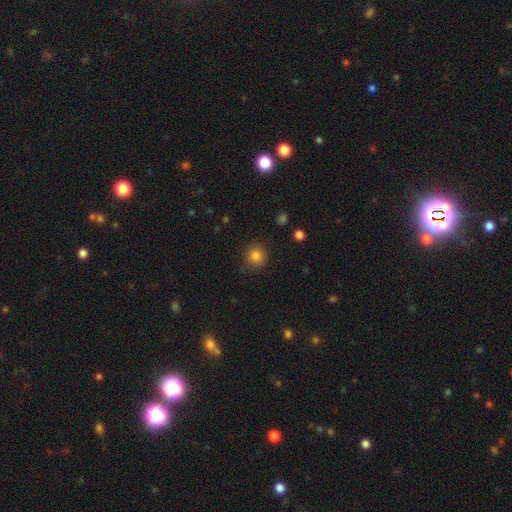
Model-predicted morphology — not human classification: Smooth or featured? Predicted: smooth (p=0.83). How rounded? Predicted: round (p=0.91). Merging? Predicted: none (p=0.88).